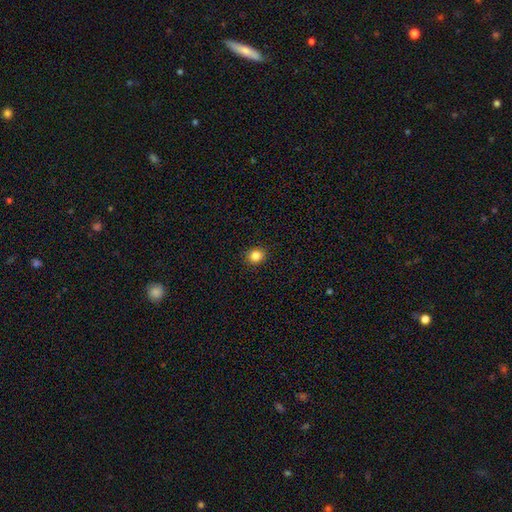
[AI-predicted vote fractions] This appears to be a smooth galaxy with no disk features (84%) that is round (80%). Merging: none (92%).